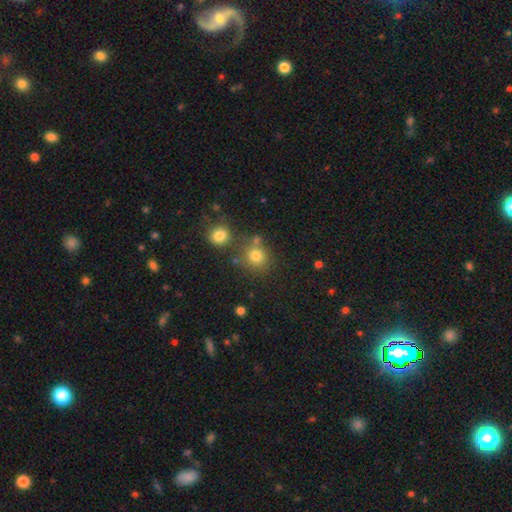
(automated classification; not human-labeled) A smooth galaxy with no disk features (77%) that is round (87%).

Vote fractions:
- Smooth or featured? smooth: 77% / star or artifact: 15% / featured or disk: 8%
- How rounded? round: 87% / in between: 12% / cigar-shaped: 1%
- Merging? none: 68% / merger: 17% / minor disturbance: 10% / major disturbance: 4%